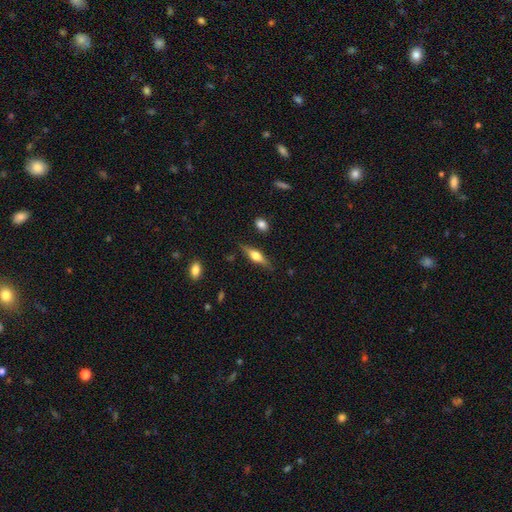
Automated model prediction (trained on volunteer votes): Overall: featured or disk (49%; smooth 44%). Merging: none (82%).